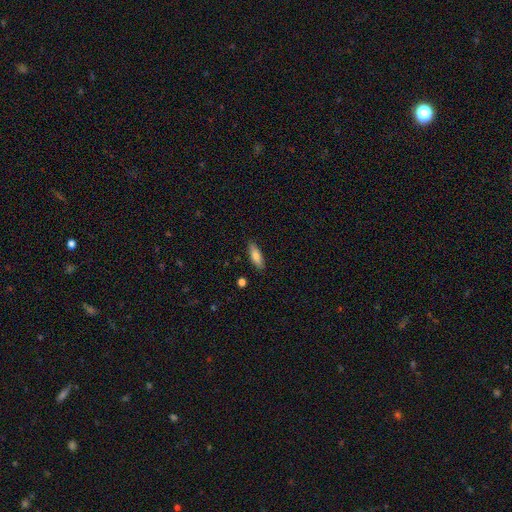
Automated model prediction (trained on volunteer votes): smooth 80%, featured or disk 14%, star or artifact 7%. Down the decision tree: how rounded — in between (60%); merging — none (87%).